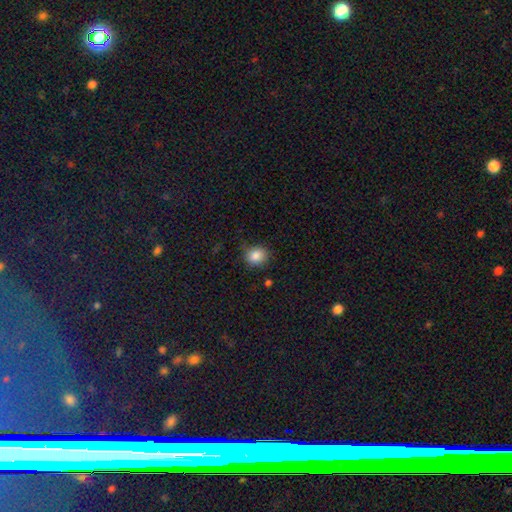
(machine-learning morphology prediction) Smooth or featured: smooth — 86% (star or artifact — 10%)
How rounded: round — 72% (in between — 27%)
Merging: none — 80% (minor disturbance — 15%)